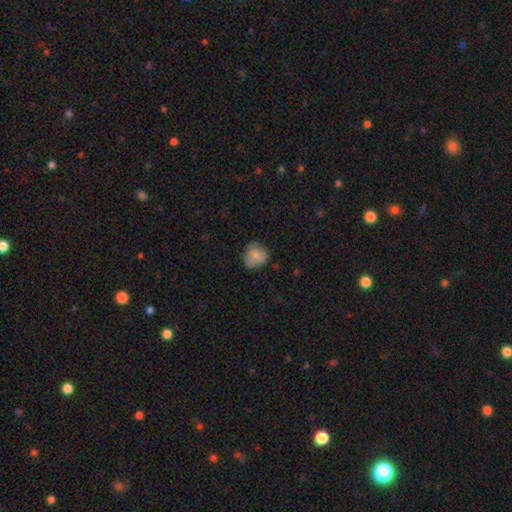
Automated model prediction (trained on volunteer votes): Smooth or featured: smooth — 79% (featured or disk — 13%)
How rounded: round — 75% (in between — 25%)
Merging: none — 66% (minor disturbance — 25%)